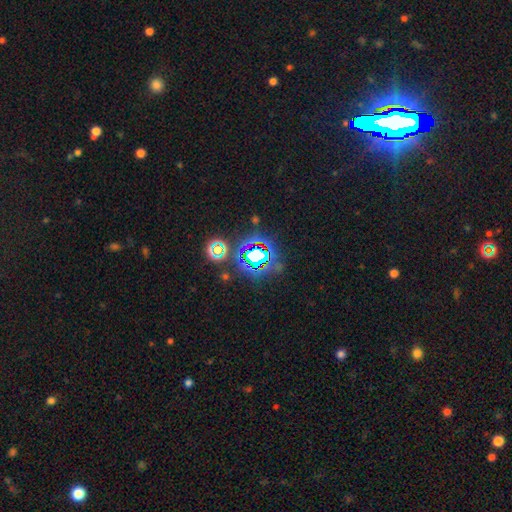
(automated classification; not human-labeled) The model was most divided on "smooth or featured": star or artifact: 71%, smooth: 17%, featured or disk: 12%.